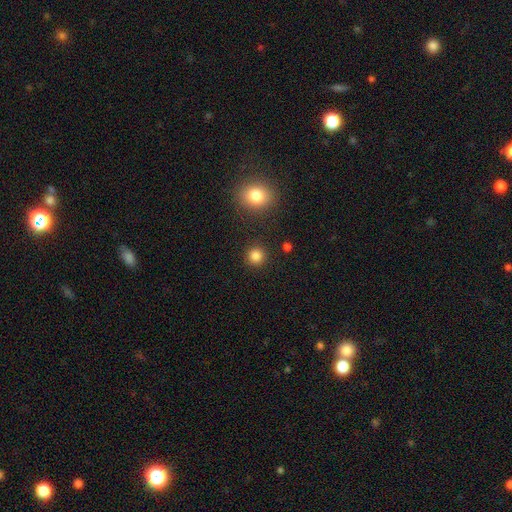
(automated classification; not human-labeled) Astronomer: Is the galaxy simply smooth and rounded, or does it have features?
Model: smooth — 84%.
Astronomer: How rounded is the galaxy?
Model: round — 93%.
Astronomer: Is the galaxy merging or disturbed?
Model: none — 90%.